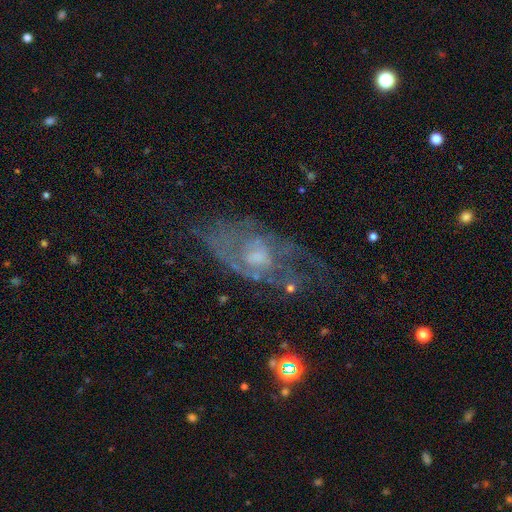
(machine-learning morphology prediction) This is likely a featured or disk galaxy (72%). It is clearly not viewed edge-on (90%). Bar: likely no (70%). Spiral arm pattern: likely yes (65%). Central bulge: possibly moderate (45%). Merging: possibly none (56%).